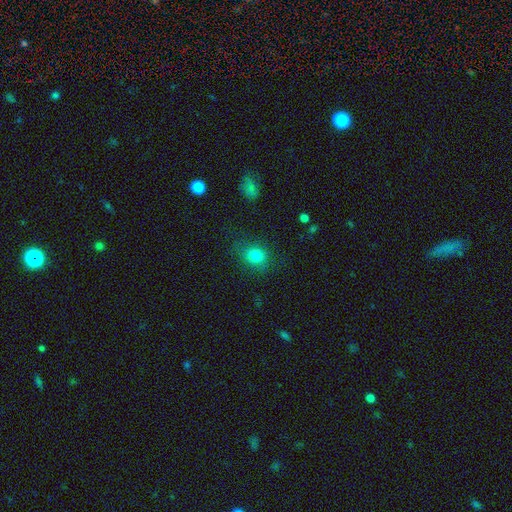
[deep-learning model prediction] This appears to be a smooth galaxy with no disk features (81%) that is round (67%). Merging: none (79%).